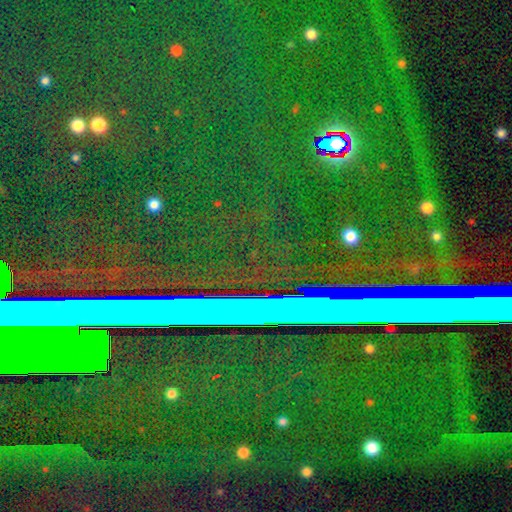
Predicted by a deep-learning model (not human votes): This appears to be a star or artifact, not a galaxy (86%).